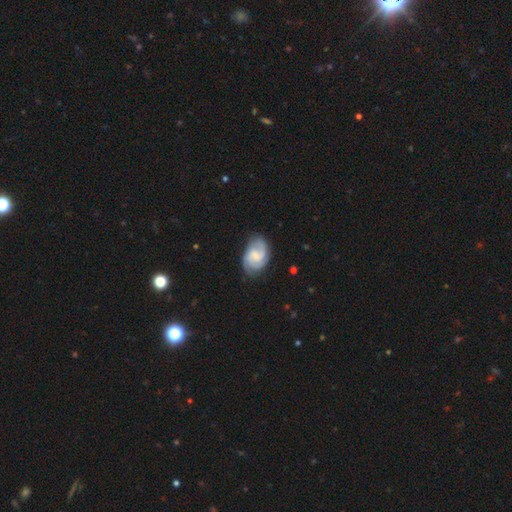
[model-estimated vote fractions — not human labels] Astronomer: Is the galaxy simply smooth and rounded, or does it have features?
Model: featured or disk — 80%.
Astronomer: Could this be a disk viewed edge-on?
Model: no — 98%.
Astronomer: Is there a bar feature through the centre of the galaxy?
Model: weak — 48% (runner-up: no, 44%).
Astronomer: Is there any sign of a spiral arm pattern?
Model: yes — 97%.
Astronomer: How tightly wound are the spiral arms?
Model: tight — 47% (runner-up: medium, 43%).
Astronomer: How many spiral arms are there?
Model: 2 — 44% (runner-up: 3, 30%).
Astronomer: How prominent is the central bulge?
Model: small — 45% (runner-up: moderate, 25%).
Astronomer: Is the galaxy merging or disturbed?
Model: none — 76%.